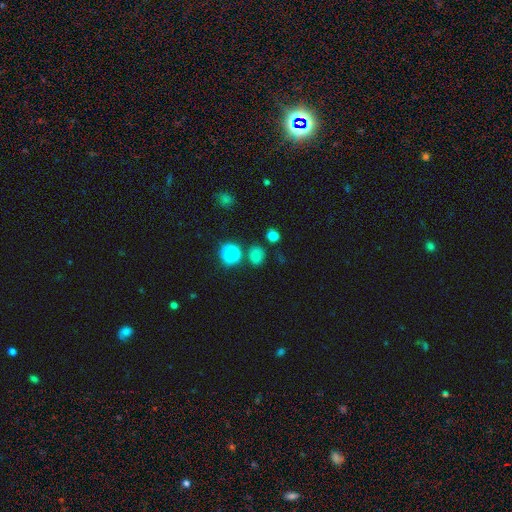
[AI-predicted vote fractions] Smooth or featured? smooth (68%)
How rounded? round (61%)
Merging? none (77%)